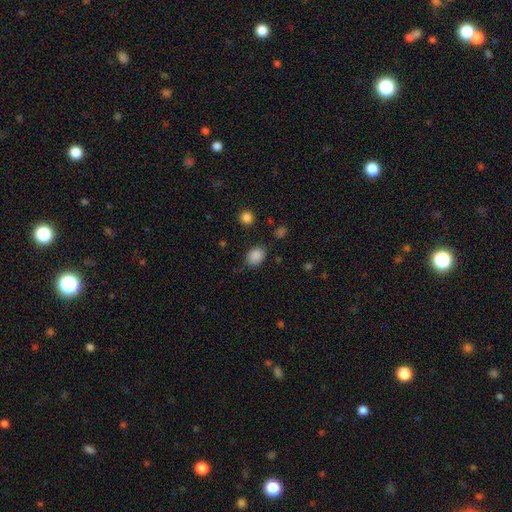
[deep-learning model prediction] smooth_or_featured: smooth (p=0.86) [alt: star or artifact p=0.10]
how_rounded: in between (p=0.60) [alt: round p=0.39]
merging: none (p=0.78) [alt: minor disturbance p=0.16]